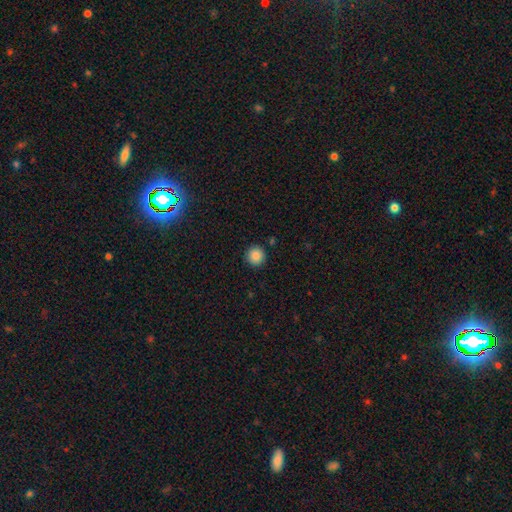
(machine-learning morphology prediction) Smooth or featured: smooth — 87% (star or artifact — 9%)
How rounded: round — 94% (in between — 5%)
Merging: none — 90% (minor disturbance — 7%)